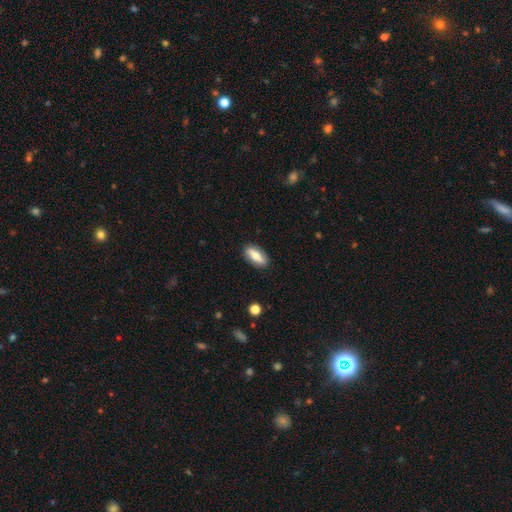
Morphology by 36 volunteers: Q: Smooth or featured?
A: smooth (78%); runner-up: featured or disk (19%)
Q: How rounded?
A: in between (64%); runner-up: cigar-shaped (36%)
Q: Merging?
A: none (91%); runner-up: minor disturbance (9%)